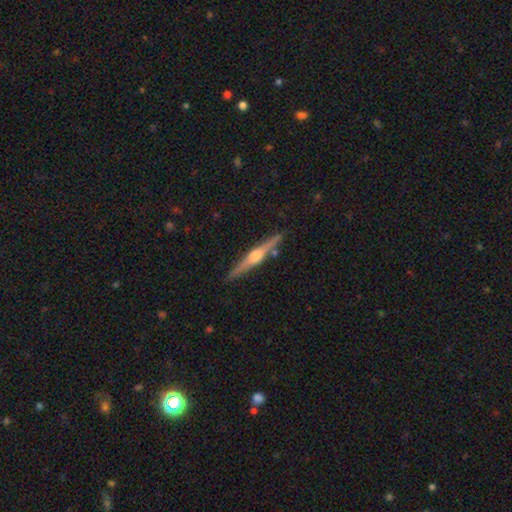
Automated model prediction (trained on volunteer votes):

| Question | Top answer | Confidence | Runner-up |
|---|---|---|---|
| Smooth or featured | featured or disk | 81% | smooth (14%) |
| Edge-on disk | yes | 98% | no (2%) |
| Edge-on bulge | rounded | 92% | boxy (5%) |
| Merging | none | 89% | minor disturbance (7%) |